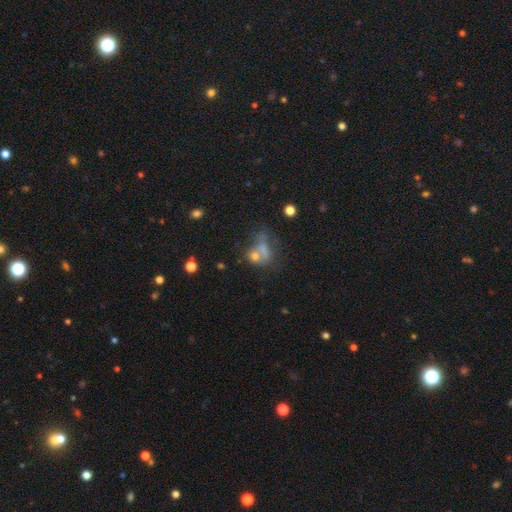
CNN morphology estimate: This is possibly a smooth galaxy (50%). Merging: marginally none (33%, tied with merger).